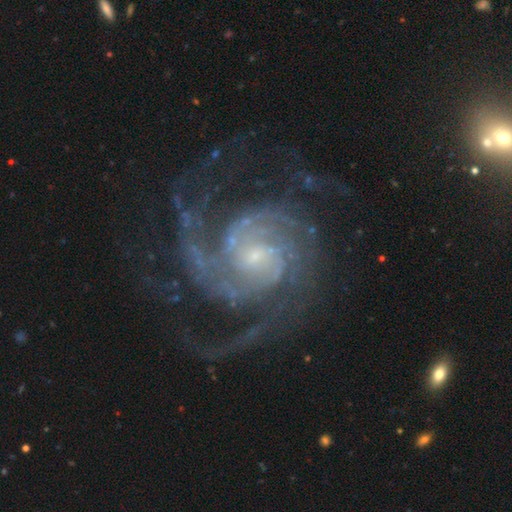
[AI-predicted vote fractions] smooth-or-featured: featured or disk: 92% | star or artifact: 5% | smooth: 3%
  disk-edge-on: no: 98% | yes: 2%
    bar: no: 58% | weak: 33% | strong: 10%
    has-spiral-arms: yes: 98% | no: 2%
      spiral-winding: tight: 49% | medium: 41% | loose: 10%
      spiral-arm-count: 2: 39% | 3: 19% | can't tell: 14% | 4: 11% | more than 4: 8% | 1: 8%
    bulge-size: small: 75% | moderate: 17% | none: 5% | large: 2% | dominant: 1%
  merging: none: 67% | major disturbance: 17% | minor disturbance: 14% | merger: 2%